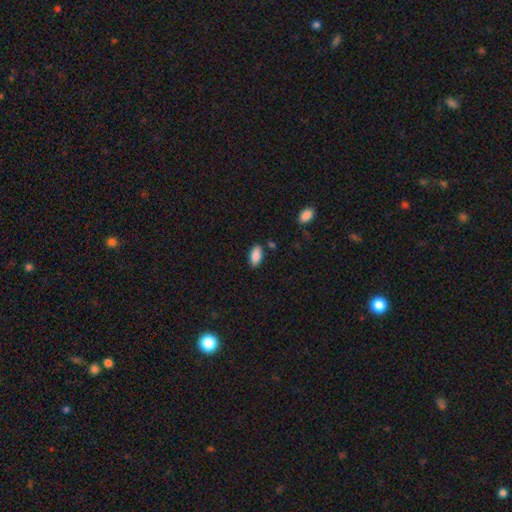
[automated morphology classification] A smooth galaxy with no disk features (89%) that is in between round and cigar-shaped (92%). Merging: none (83%).